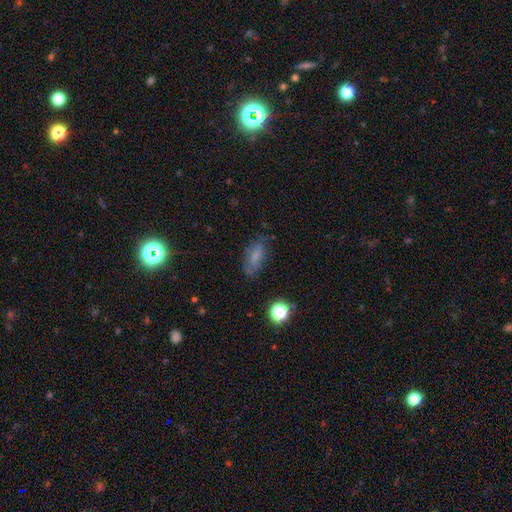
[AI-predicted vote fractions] Q: Smooth or featured?
A: smooth (63%); runner-up: featured or disk (23%)
Q: How rounded?
A: in between (78%); runner-up: cigar-shaped (17%)
Q: Merging?
A: none (65%); runner-up: minor disturbance (23%)